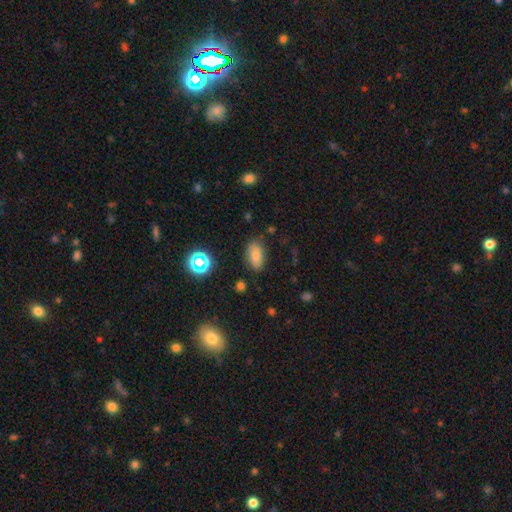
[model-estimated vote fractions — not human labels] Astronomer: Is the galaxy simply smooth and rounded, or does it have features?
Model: smooth — 73%.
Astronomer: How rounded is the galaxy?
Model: in between — 90%.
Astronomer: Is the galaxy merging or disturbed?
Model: none — 80%.